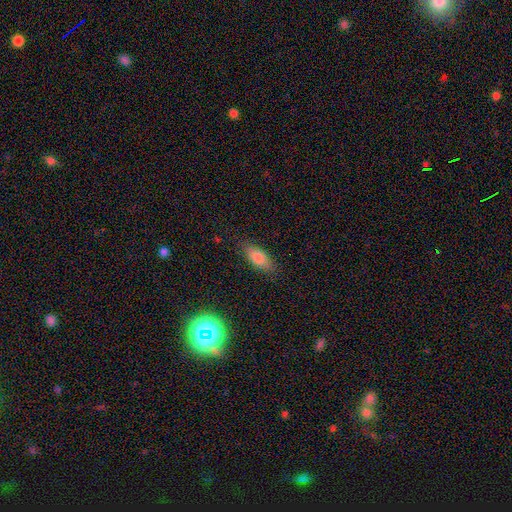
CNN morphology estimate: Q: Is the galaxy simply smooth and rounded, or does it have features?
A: smooth — 75%.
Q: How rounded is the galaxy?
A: in between — 77%.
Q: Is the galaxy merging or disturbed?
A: none — 84%.